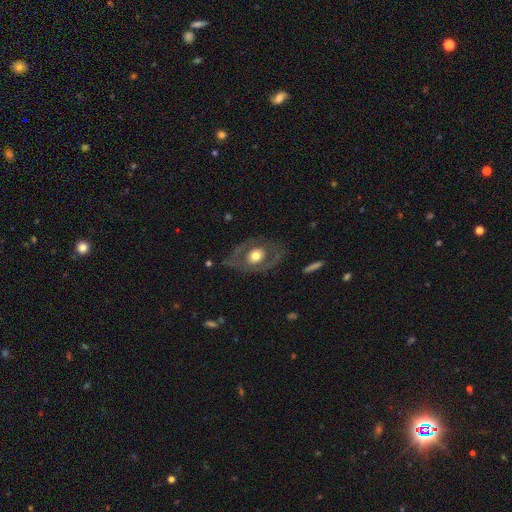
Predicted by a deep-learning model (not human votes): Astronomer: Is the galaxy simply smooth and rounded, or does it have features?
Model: featured or disk — 57% (runner-up: smooth, 37%).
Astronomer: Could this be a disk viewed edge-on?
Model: no — 92%.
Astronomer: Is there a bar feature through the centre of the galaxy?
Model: no — 85%.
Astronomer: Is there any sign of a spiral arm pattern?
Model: no — 75%.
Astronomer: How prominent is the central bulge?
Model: moderate — 51% (runner-up: large, 40%).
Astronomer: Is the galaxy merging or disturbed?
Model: none — 72%.